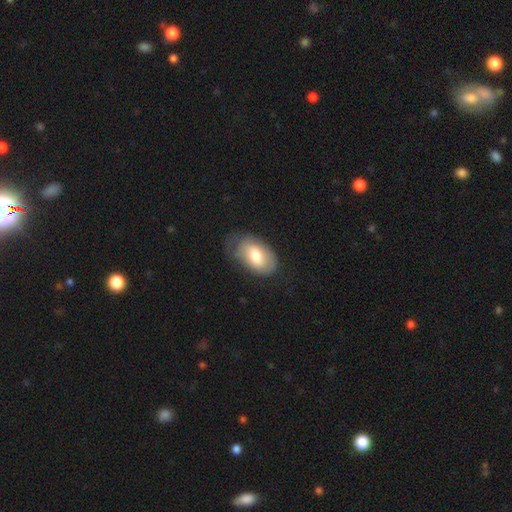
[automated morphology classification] Smooth or featured?
  - smooth: 69% *
  - featured or disk: 25%
  - star or artifact: 6%
How rounded?
  - in between: 91% *
  - round: 7%
  - cigar-shaped: 1%
Merging?
  - none: 56% *
  - minor disturbance: 30%
  - major disturbance: 13%
  - merger: 1%